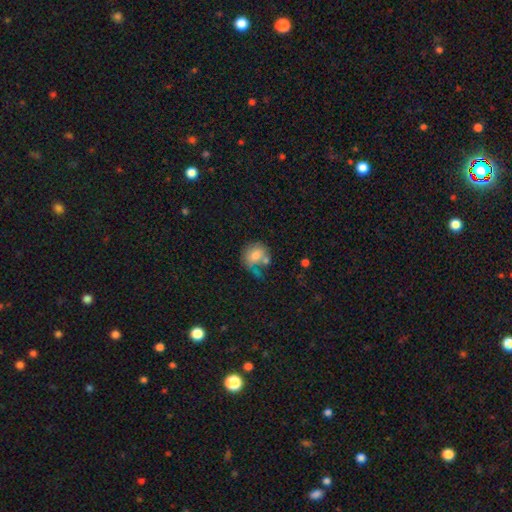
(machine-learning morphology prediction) Smooth or featured: smooth — 73% (featured or disk — 18%)
How rounded: round — 72% (in between — 26%)
Merging: none — 39% (merger — 26%)